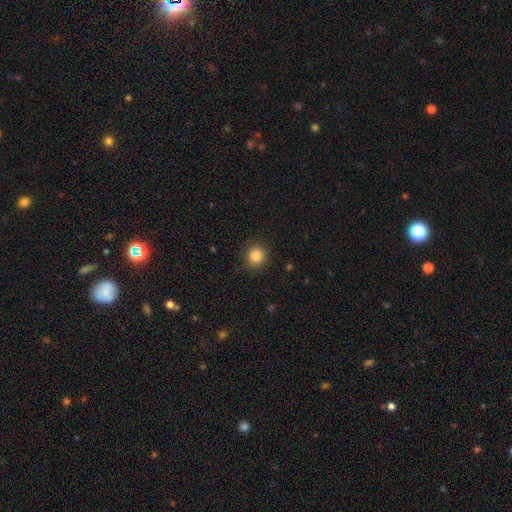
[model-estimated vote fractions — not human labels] Smooth or featured?
  - smooth: 85% *
  - star or artifact: 11%
  - featured or disk: 5%
How rounded?
  - round: 90% *
  - in between: 9%
  - cigar-shaped: 1%
Merging?
  - none: 89% *
  - minor disturbance: 8%
  - major disturbance: 3%
  - merger: 1%